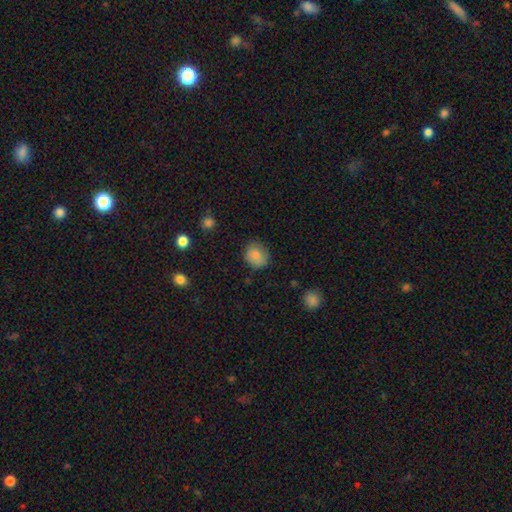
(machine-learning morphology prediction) The model was most divided on "how rounded": round: 70%, in between: 29%, cigar-shaped: 1%. More confident: smooth or featured — smooth (84%); merging — none (79%).